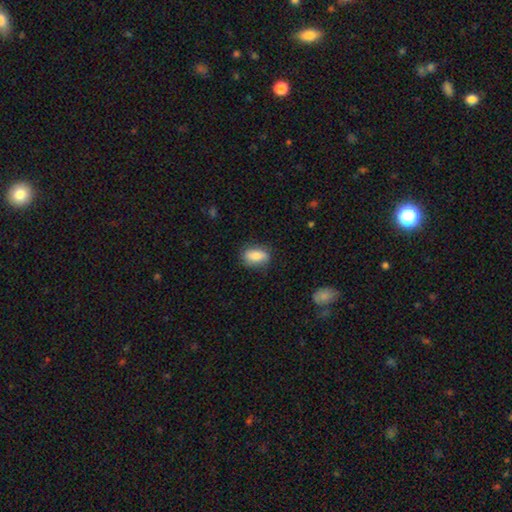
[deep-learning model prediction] Q: Smooth or featured?
A: smooth (81%); runner-up: featured or disk (12%)
Q: How rounded?
A: in between (87%); runner-up: round (7%)
Q: Merging?
A: none (79%); runner-up: minor disturbance (16%)